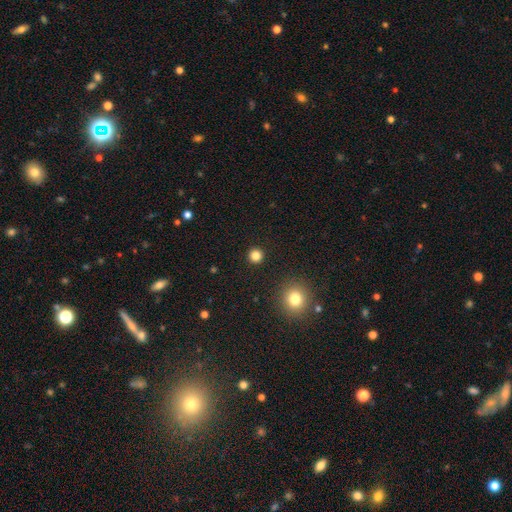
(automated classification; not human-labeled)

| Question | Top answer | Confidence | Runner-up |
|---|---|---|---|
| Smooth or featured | smooth | 82% | star or artifact (14%) |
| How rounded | round | 95% | in between (4%) |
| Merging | none | 93% | minor disturbance (4%) |